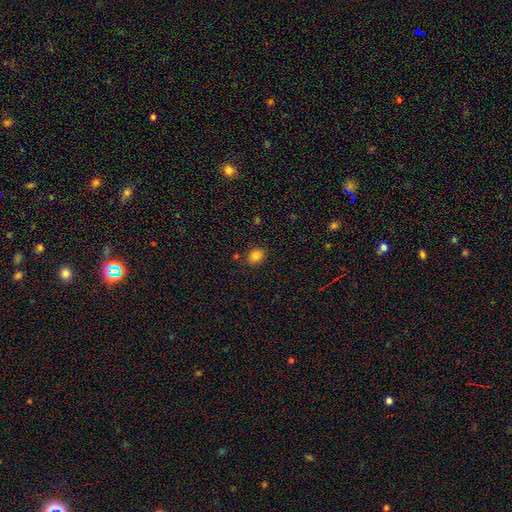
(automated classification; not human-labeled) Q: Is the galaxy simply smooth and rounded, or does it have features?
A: smooth — 83%.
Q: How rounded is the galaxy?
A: in between — 54%.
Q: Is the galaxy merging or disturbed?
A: none — 81%.